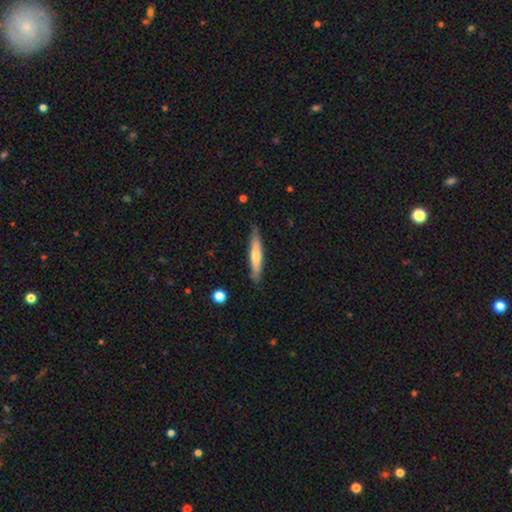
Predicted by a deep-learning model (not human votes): Smooth or featured: smooth — 54% (featured or disk — 40%)
How rounded: cigar-shaped — 90% (in between — 8%)
Merging: none — 86% (minor disturbance — 11%)